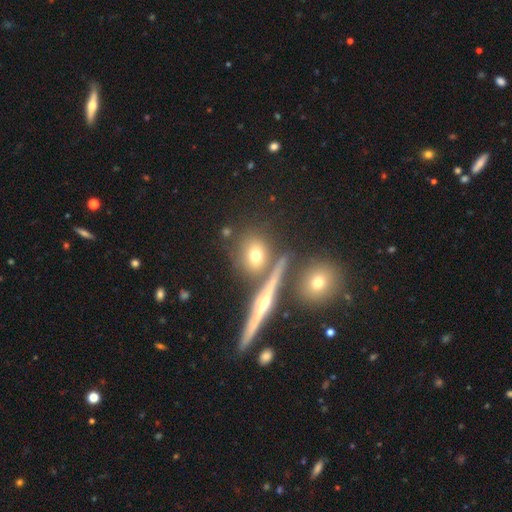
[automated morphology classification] A smooth galaxy with no disk features (63%) that is round (59%). Merging: none (72%).